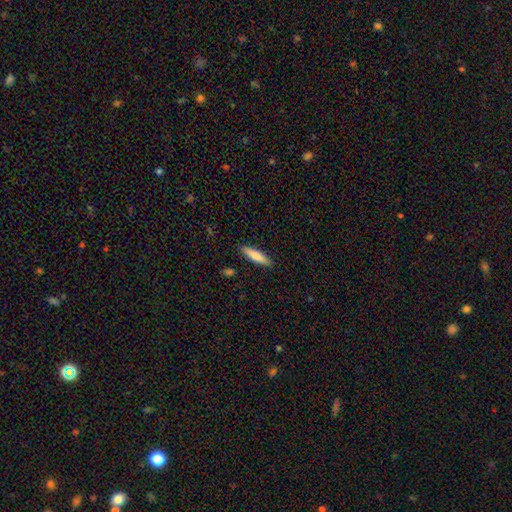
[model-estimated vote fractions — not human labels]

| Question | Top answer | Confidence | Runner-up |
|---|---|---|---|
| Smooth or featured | smooth | 79% | featured or disk (15%) |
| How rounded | cigar-shaped | 75% | in between (24%) |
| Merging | none | 89% | minor disturbance (8%) |